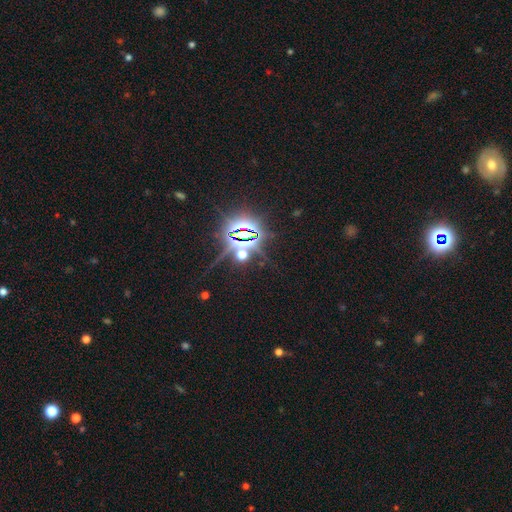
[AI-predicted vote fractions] smooth-or-featured: star or artifact: 85% | smooth: 8% | featured or disk: 6%